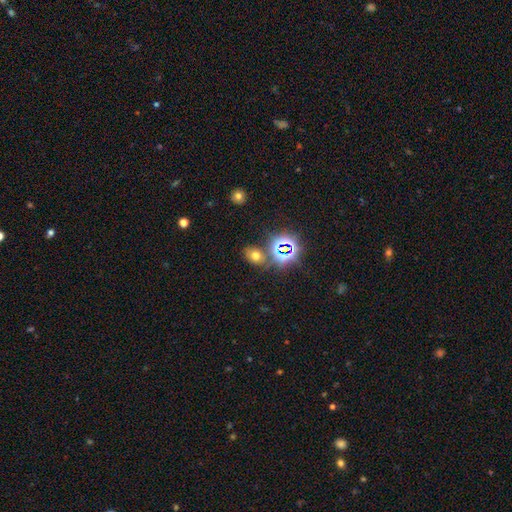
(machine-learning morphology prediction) The model was most divided on "smooth or featured": smooth: 58%, star or artifact: 32%, featured or disk: 11%. More confident: merging — none (75%); how rounded — in between (67%).